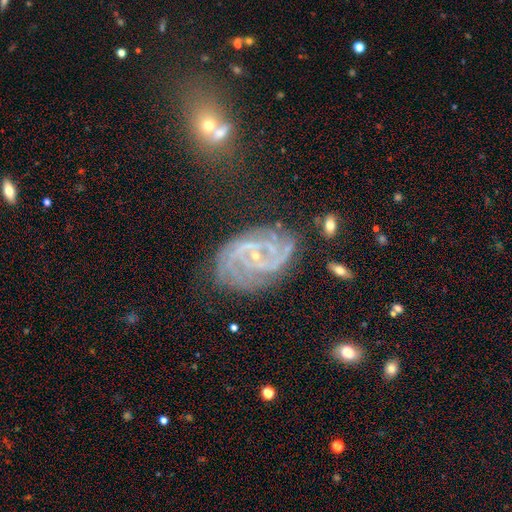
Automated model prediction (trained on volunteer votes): A featured or disk galaxy (88%) with no bar (44%), 2 (26%, tied with 3) tight (61%) spiral arms (98%) and a small central bulge (83%).

Vote fractions:
- Smooth or featured? featured or disk: 88% / star or artifact: 7% / smooth: 4%
- Edge-on disk? no: 98% / yes: 2%
- Bar? no: 44% / weak: 38% / strong: 17%
- Spiral arms? yes: 98% / no: 2%
- Spiral winding? tight: 61% / medium: 33% / loose: 6%
- Spiral arm count? 2: 26% (tied) / 3: 26% (tied) / 4: 15% / can't tell: 15% / more than 4: 9% / 1: 8%
- Bulge size? small: 83% / moderate: 12% / none: 3% / large: 1% / dominant: 1%
- Merging? none: 73% / minor disturbance: 17% / major disturbance: 7% / merger: 3%